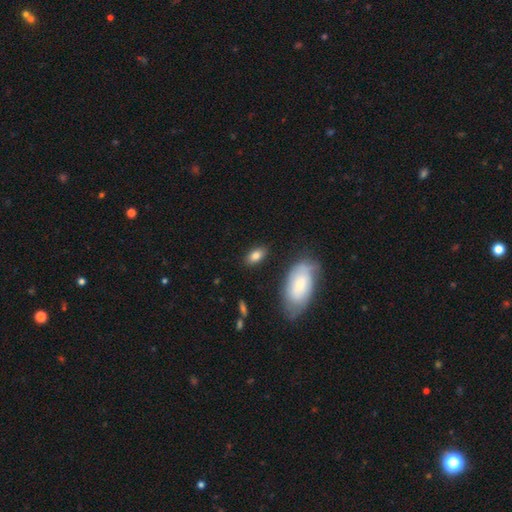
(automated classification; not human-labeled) smooth_or_featured: smooth (p=0.82) [alt: featured or disk p=0.11]
how_rounded: in between (p=0.90) [alt: round p=0.06]
merging: none (p=0.81) [alt: minor disturbance p=0.12]